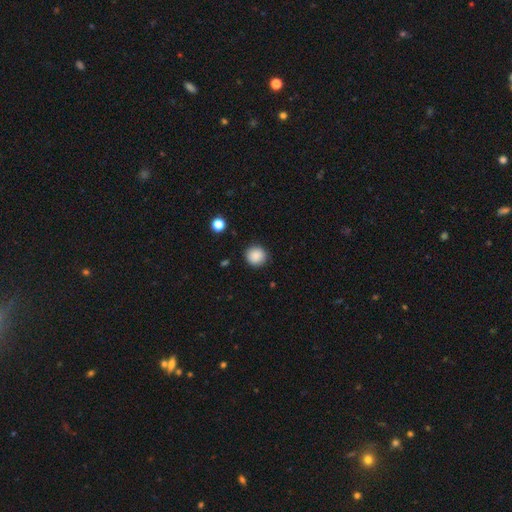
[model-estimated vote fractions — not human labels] A smooth galaxy with no disk features (88%) that is round (92%).

Vote fractions:
- Smooth or featured? smooth: 88% / star or artifact: 9% / featured or disk: 3%
- How rounded? round: 92% / in between: 7% / cigar-shaped: 1%
- Merging? none: 89% / minor disturbance: 8% / major disturbance: 2% / merger: 1%